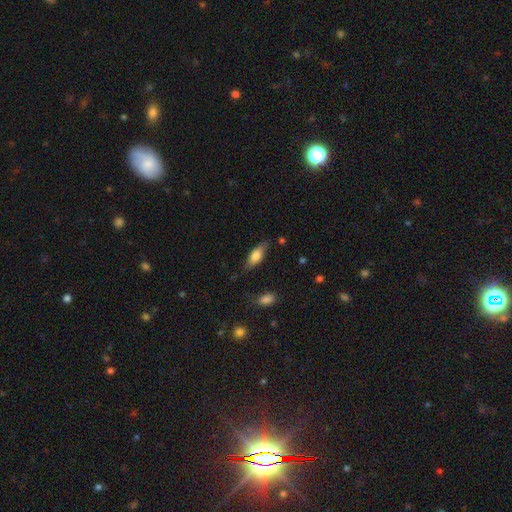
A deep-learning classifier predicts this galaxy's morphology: Smooth or featured?
  - smooth: 72% *
  - featured or disk: 21%
  - star or artifact: 7%
How rounded?
  - in between: 68% *
  - cigar-shaped: 30%
  - round: 3%
Merging?
  - none: 73% *
  - minor disturbance: 20%
  - major disturbance: 5%
  - merger: 2%